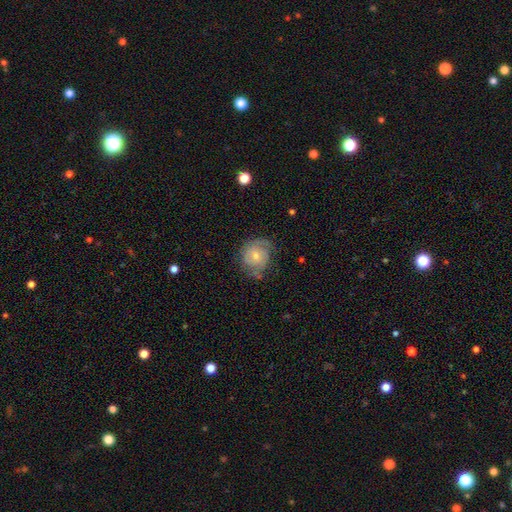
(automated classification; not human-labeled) Morphology: type=featured or disk (54%); edge-on=no (97%); bar=no (71%); spiral arms=yes (79%); bulge=small (53%); merging=none (57%).